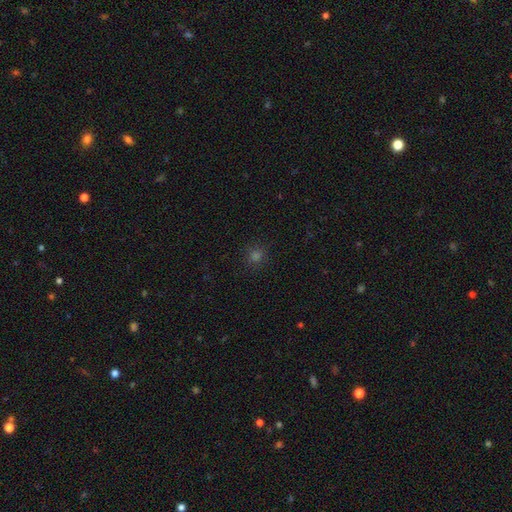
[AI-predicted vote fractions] Smooth or featured? smooth (69%)
How rounded? round (93%)
Merging? none (90%)